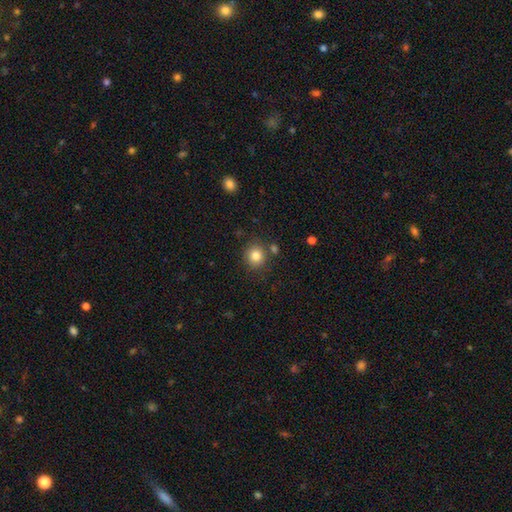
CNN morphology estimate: Smooth or featured: smooth — 83% (star or artifact — 11%)
How rounded: round — 86% (in between — 13%)
Merging: none — 81% (minor disturbance — 9%)